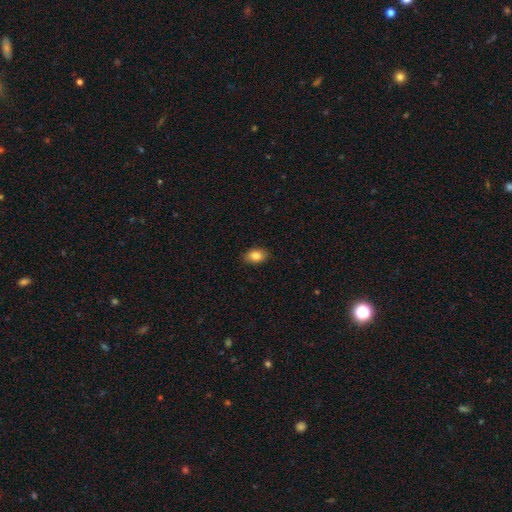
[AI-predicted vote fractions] Morphology: type=smooth (86%); roundness=in between (87%); merging=none (88%).